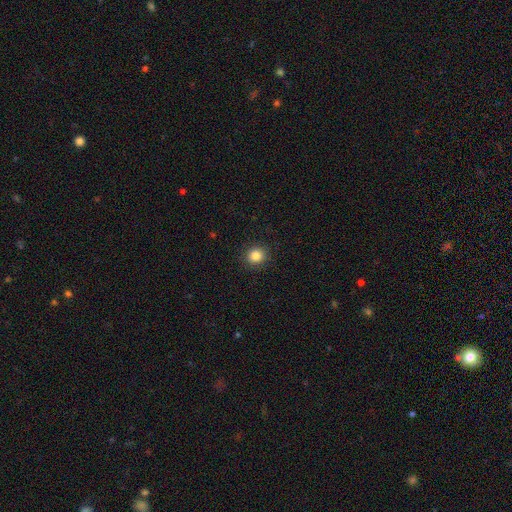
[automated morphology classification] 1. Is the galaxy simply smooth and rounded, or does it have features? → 85% smooth, 11% star or artifact, 4% featured or disk.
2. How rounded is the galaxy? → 86% round, 13% in between, 1% cigar-shaped.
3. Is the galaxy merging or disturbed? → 91% none, 6% minor disturbance, 2% major disturbance, 1% merger.